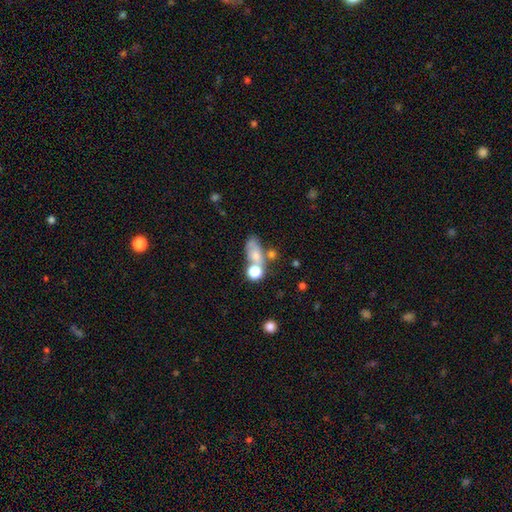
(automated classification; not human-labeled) Overall: smooth (62%; featured or disk 23%). How rounded: in between (66%). Merging: merger (37%; none 33%).